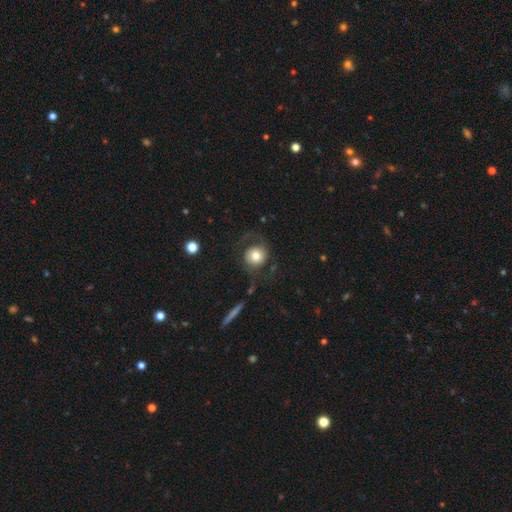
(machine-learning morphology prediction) type=smooth (49%); merging=none (56%).